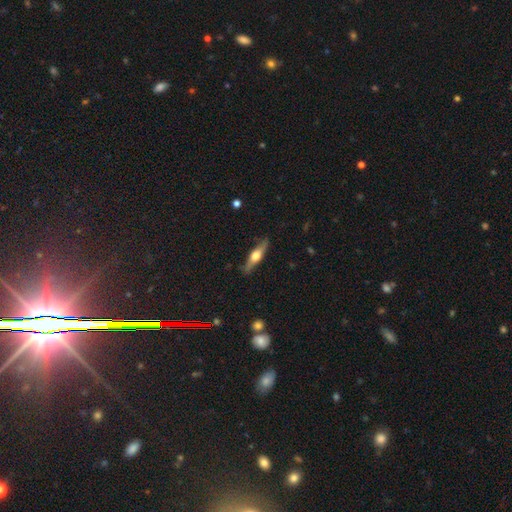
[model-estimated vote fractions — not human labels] Q: Smooth or featured?
A: featured or disk (61%); runner-up: smooth (33%)
Q: Edge-on disk?
A: yes (94%); runner-up: no (6%)
Q: Edge-on bulge?
A: rounded (93%); runner-up: boxy (5%)
Q: Merging?
A: none (85%); runner-up: minor disturbance (11%)